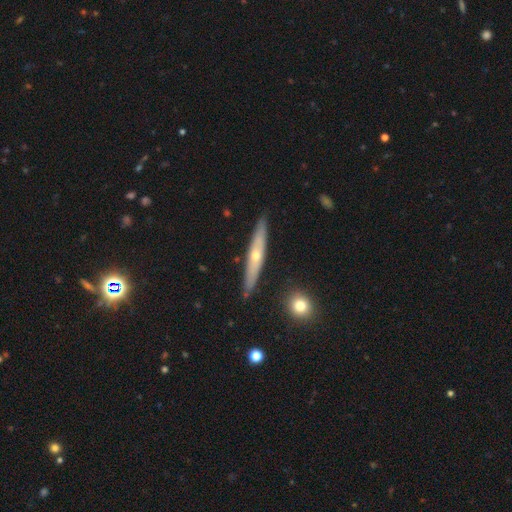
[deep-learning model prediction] Smooth or featured?
  - featured or disk: 71% *
  - smooth: 22%
  - star or artifact: 8%
Edge-on disk?
  - yes: 94% *
  - no: 6%
Edge-on bulge?
  - rounded: 81% *
  - none: 16%
  - boxy: 3%
Merging?
  - none: 87% *
  - minor disturbance: 10%
  - merger: 2%
  - major disturbance: 2%